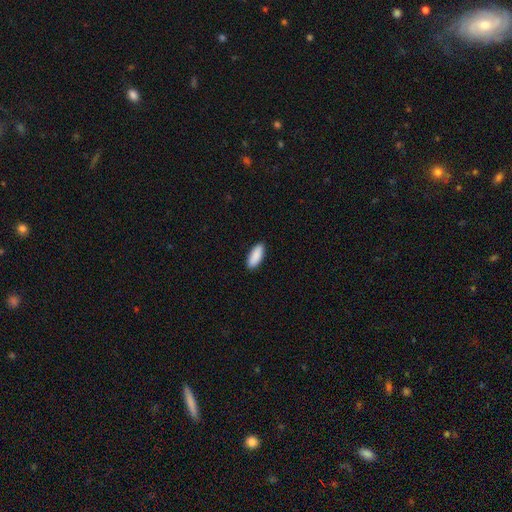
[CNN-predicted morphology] smooth-or-featured: smooth: 91% | star or artifact: 6% | featured or disk: 4%
  how-rounded: in between: 75% | cigar-shaped: 23% | round: 2%
  merging: none: 90% | minor disturbance: 7% | major disturbance: 2% | merger: 1%